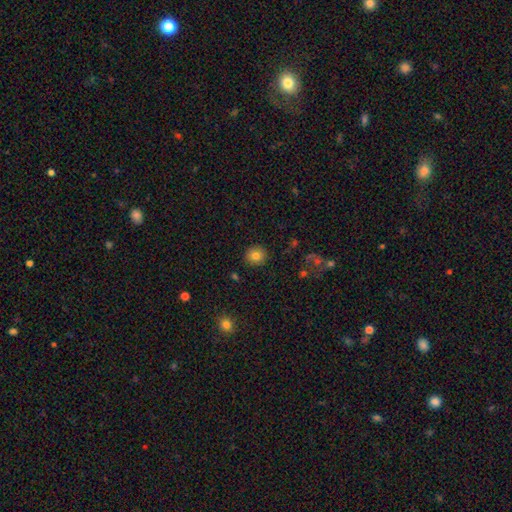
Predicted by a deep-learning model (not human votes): smooth_or_featured: smooth (p=0.81) [alt: star or artifact p=0.10]
how_rounded: round (p=0.90) [alt: in between p=0.09]
merging: none (p=0.90) [alt: minor disturbance p=0.06]